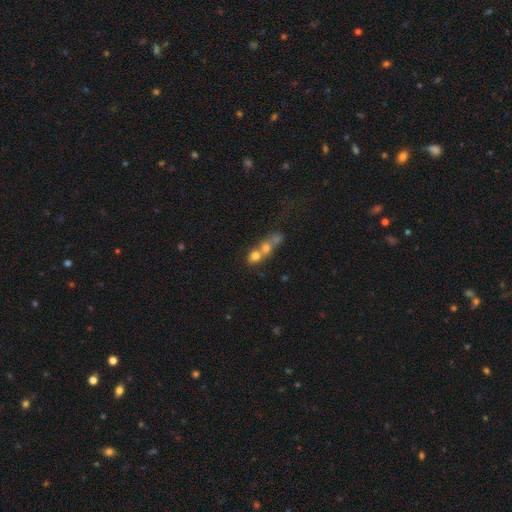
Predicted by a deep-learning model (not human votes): smooth_or_featured: smooth (p=0.64) [alt: featured or disk p=0.23]
how_rounded: round (p=0.61) [alt: in between p=0.34]
merging: merger (p=0.69) [alt: none p=0.20]